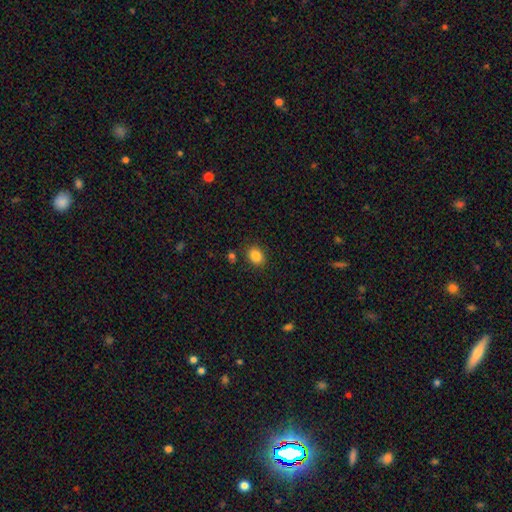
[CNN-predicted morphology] smooth_or_featured: smooth (p=0.85) [alt: star or artifact p=0.10]
how_rounded: in between (p=0.58) [alt: round p=0.41]
merging: none (p=0.83) [alt: minor disturbance p=0.10]